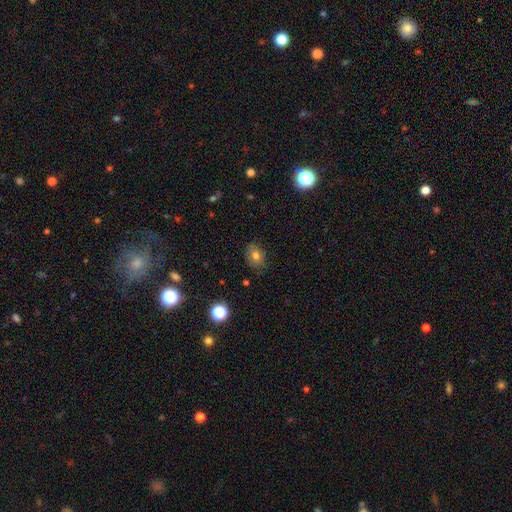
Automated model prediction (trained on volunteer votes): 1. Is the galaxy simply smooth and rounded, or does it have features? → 74% smooth, 13% star or artifact, 13% featured or disk.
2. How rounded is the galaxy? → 67% in between, 32% round, 1% cigar-shaped.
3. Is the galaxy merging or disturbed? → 80% none, 15% minor disturbance, 3% major disturbance, 1% merger.